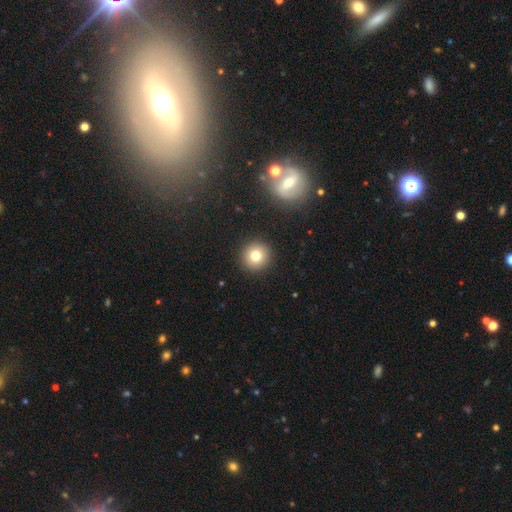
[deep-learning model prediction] smooth_or_featured: smooth (p=0.79) [alt: star or artifact p=0.12]
how_rounded: round (p=0.94) [alt: in between p=0.05]
merging: none (p=0.92) [alt: minor disturbance p=0.05]